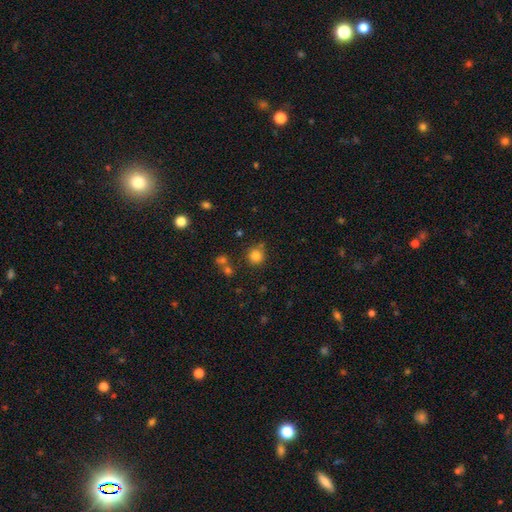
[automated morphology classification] smooth_or_featured: smooth (p=0.81) [alt: star or artifact p=0.13]
how_rounded: round (p=0.91) [alt: in between p=0.08]
merging: none (p=0.76) [alt: minor disturbance p=0.11]